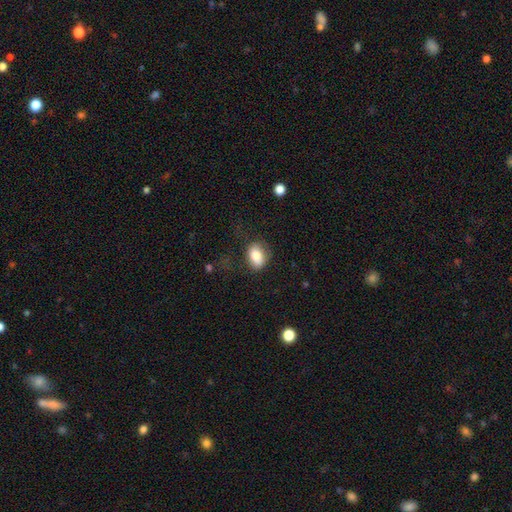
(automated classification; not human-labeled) Overall: smooth (83%). How rounded: in between (80%). Merging: none (63%; minor disturbance 23%).